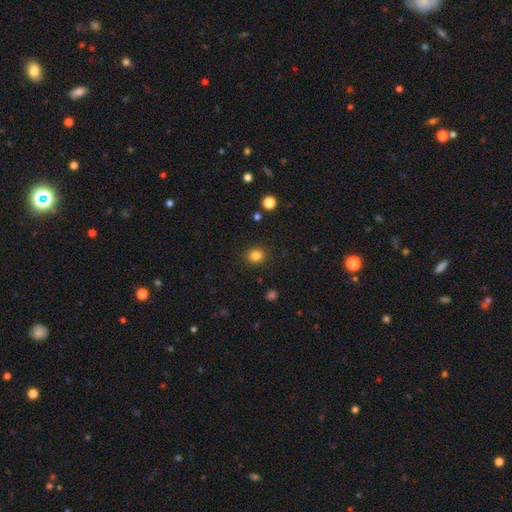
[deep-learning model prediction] Q: Smooth or featured?
A: smooth (83%); runner-up: star or artifact (12%)
Q: How rounded?
A: round (79%); runner-up: in between (20%)
Q: Merging?
A: none (89%); runner-up: minor disturbance (7%)